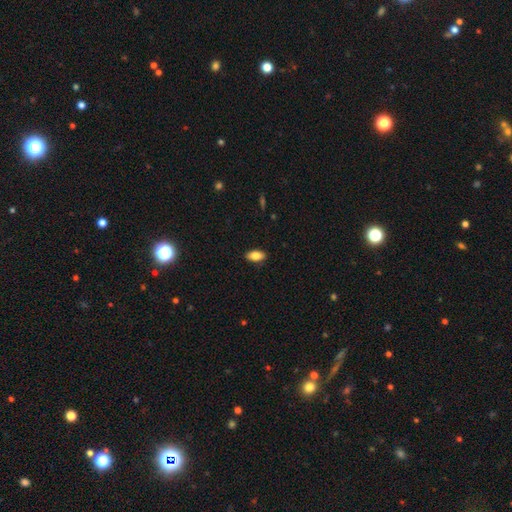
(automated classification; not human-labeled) smooth_or_featured: smooth (p=0.82) [alt: featured or disk p=0.10]
how_rounded: in between (p=0.91) [alt: cigar-shaped p=0.05]
merging: none (p=0.88) [alt: minor disturbance p=0.09]